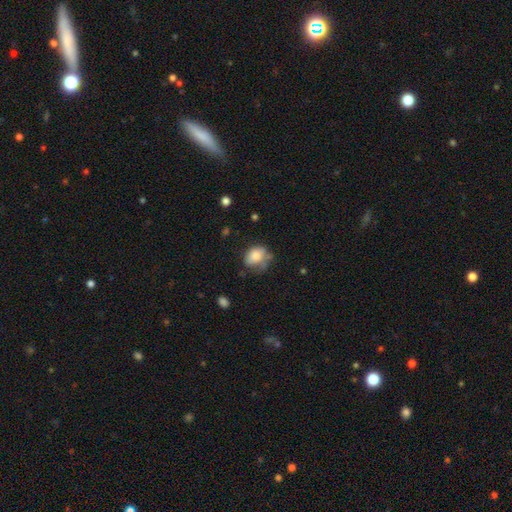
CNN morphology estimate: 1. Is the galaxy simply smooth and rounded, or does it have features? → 76% smooth, 16% featured or disk, 8% star or artifact.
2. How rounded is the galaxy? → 58% in between, 41% round, 1% cigar-shaped.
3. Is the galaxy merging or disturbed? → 41% none, 34% minor disturbance, 18% major disturbance, 7% merger.